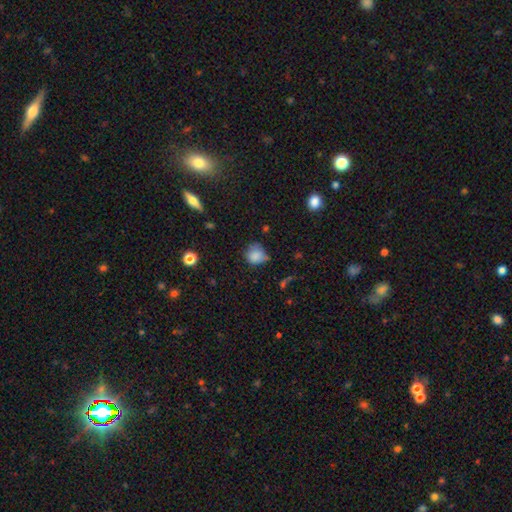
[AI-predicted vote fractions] smooth_or_featured: smooth (p=0.80) [alt: star or artifact p=0.11]
how_rounded: round (p=0.69) [alt: in between p=0.30]
merging: none (p=0.46) [alt: minor disturbance p=0.37]